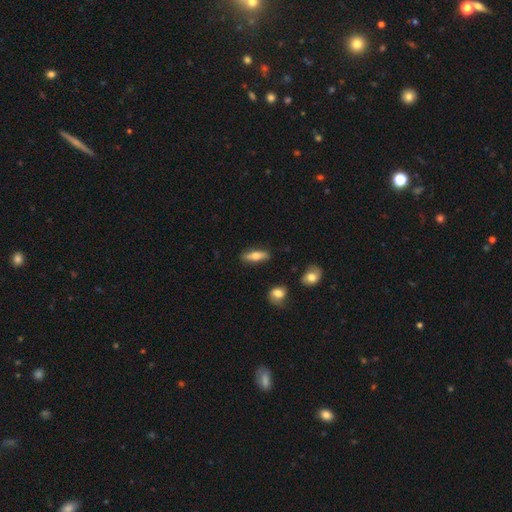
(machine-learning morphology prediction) This appears to be a smooth galaxy with no disk features (60%) that is cigar-shaped (50%). Merging: none (86%).